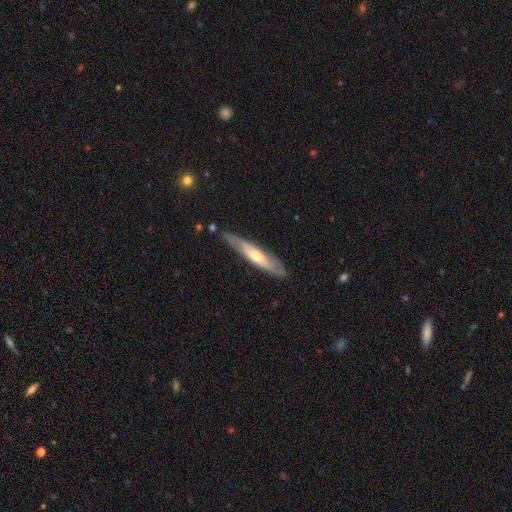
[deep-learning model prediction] smooth_or_featured: featured or disk (p=0.63) [alt: smooth p=0.31]
disk_edge_on: yes (p=0.65) [alt: no p=0.35]
merging: none (p=0.77) [alt: minor disturbance p=0.17]